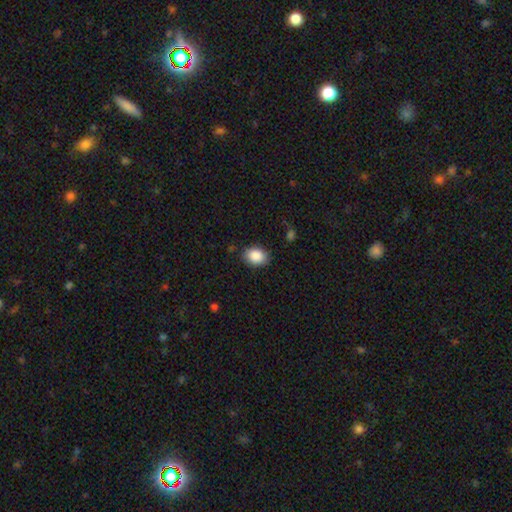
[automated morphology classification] type=smooth (88%); roundness=in between (70%); merging=none (83%).